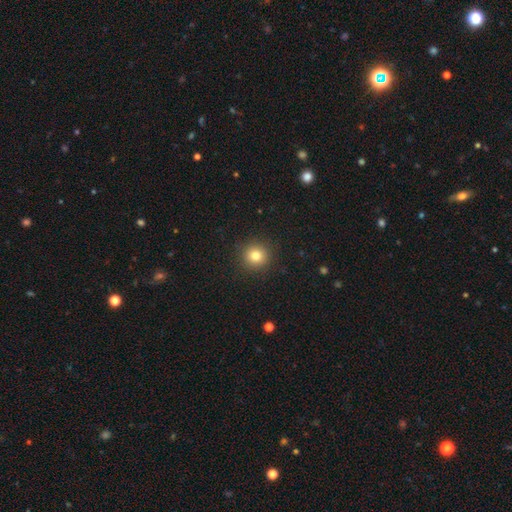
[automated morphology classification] The model was most divided on "smooth or featured": smooth: 80%, star or artifact: 13%, featured or disk: 7%. More confident: how rounded — round (94%); merging — none (92%).